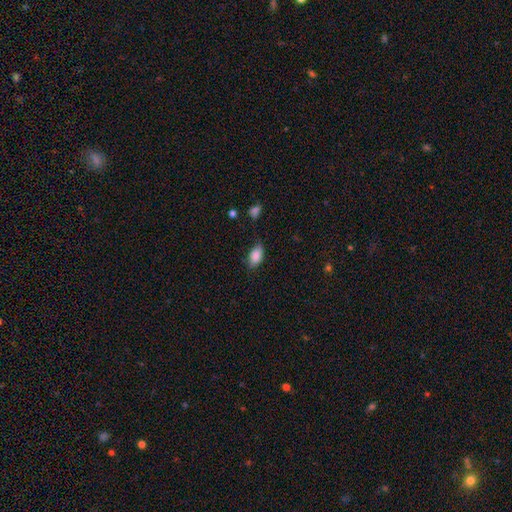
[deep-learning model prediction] smooth 83%, featured or disk 9%, star or artifact 8%. Down the decision tree: how rounded — in between (89%); merging — none (61%).